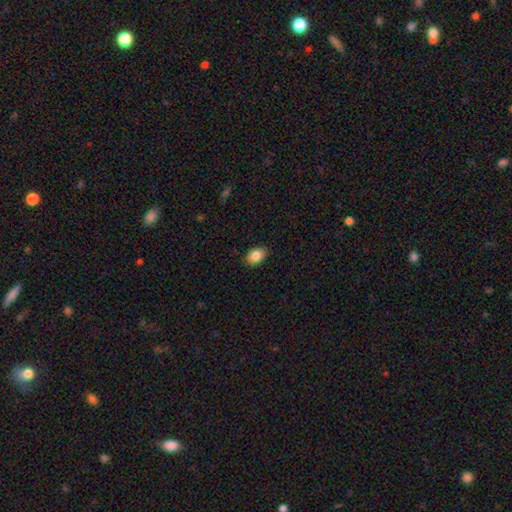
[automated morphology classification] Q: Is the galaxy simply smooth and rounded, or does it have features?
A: smooth — 86%.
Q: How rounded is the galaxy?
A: in between — 81%.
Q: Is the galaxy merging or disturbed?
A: none — 86%.